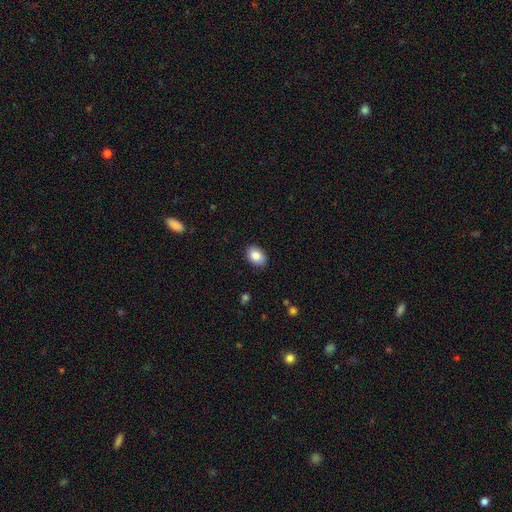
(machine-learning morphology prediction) smooth-or-featured: smooth: 86% | star or artifact: 7% | featured or disk: 7%
  how-rounded: in between: 81% | round: 18% | cigar-shaped: 1%
  merging: none: 87% | minor disturbance: 10% | major disturbance: 2% | merger: 1%